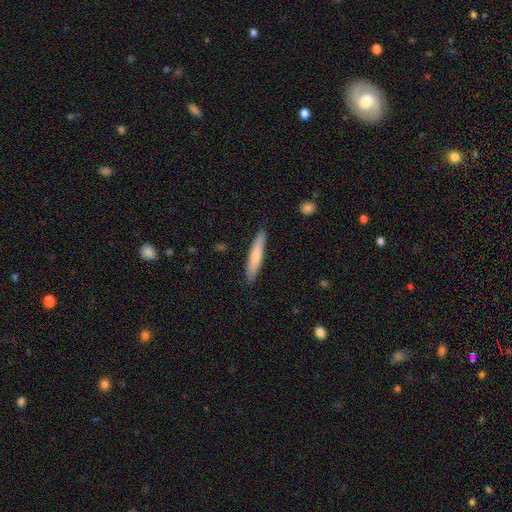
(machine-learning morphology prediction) This appears to be a smooth galaxy with no disk features (71%) that is cigar-shaped (90%). Merging: none (88%).